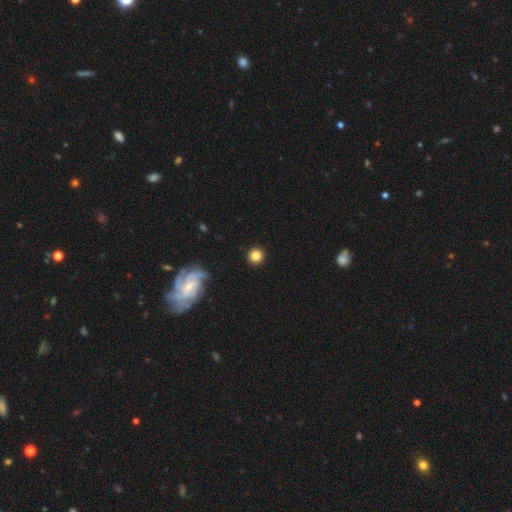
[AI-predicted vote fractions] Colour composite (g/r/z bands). It shows a smooth galaxy with no disk features (82%) that is round (94%). Merging: none (91%).